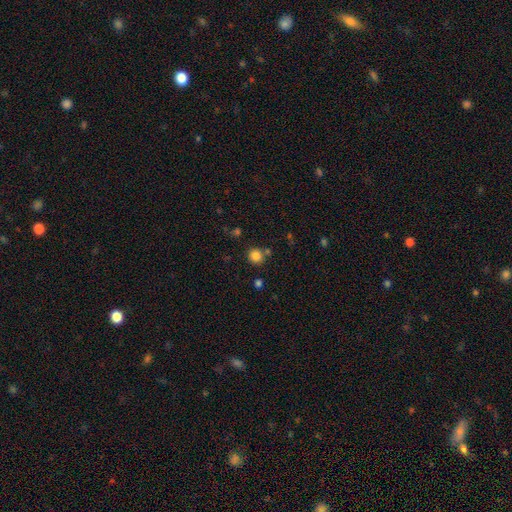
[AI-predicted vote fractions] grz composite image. It shows a smooth galaxy with no disk features (83%) that is round (88%). Merging: none (75%).